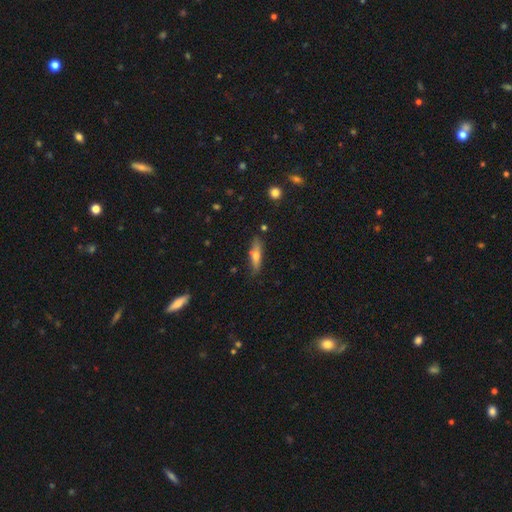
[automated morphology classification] This is possibly a smooth galaxy (60%). How rounded: likely cigar-shaped (64%). Merging: clearly none (80%).